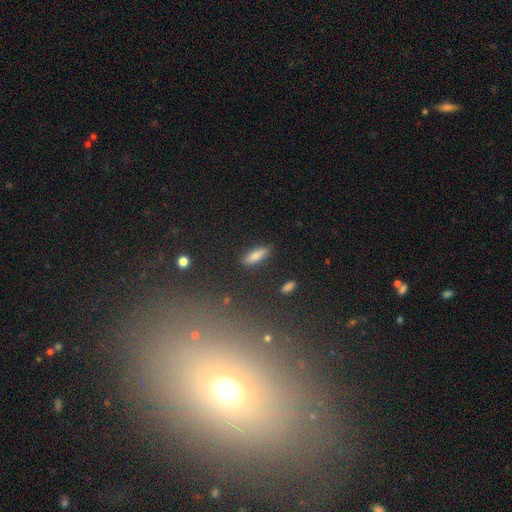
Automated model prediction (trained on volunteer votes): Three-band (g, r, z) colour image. It shows a smooth galaxy with no disk features (83%) that is cigar-shaped (50%). Merging: none (85%).